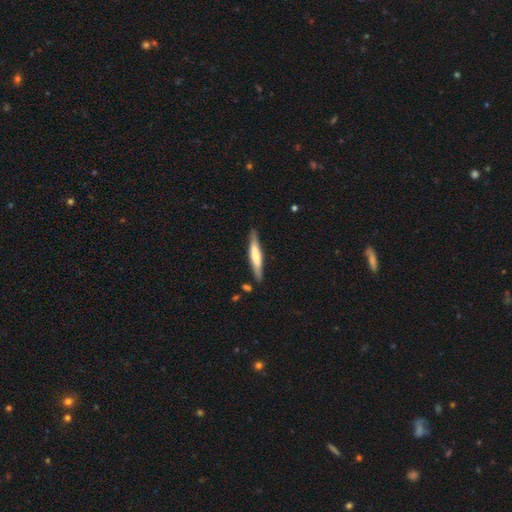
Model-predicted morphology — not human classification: This appears to be a smooth galaxy with no disk features (49%). Merging: none (84%).